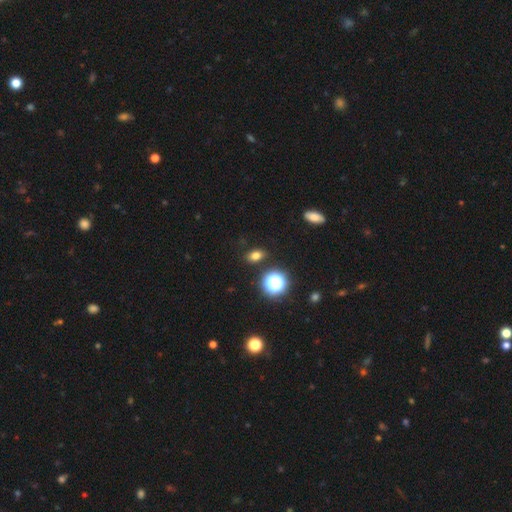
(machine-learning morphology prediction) The model was most divided on "how rounded": in between: 72%, round: 25%, cigar-shaped: 3%. More confident: merging — none (87%); smooth or featured — smooth (74%).